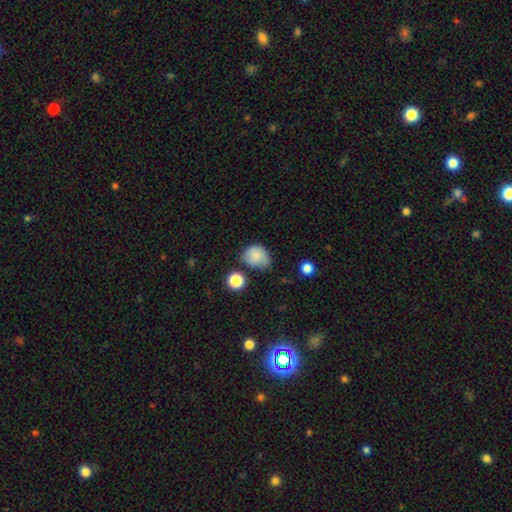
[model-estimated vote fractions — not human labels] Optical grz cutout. It shows a smooth galaxy with no disk features (80%) that is round (56%). Merging: none (52%).